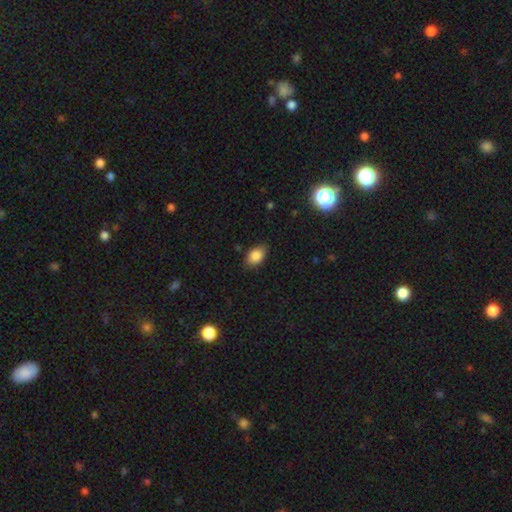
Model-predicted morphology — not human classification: A smooth galaxy with no disk features (85%) that is in between round and cigar-shaped (85%). Merging: none (79%).